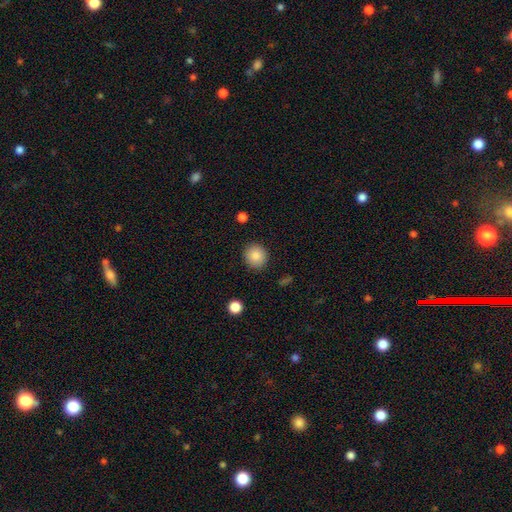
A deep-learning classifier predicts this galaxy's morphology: The model was most divided on "how rounded": round: 87%, in between: 12%, cigar-shaped: 1%. More confident: merging — none (90%); smooth or featured — smooth (87%).